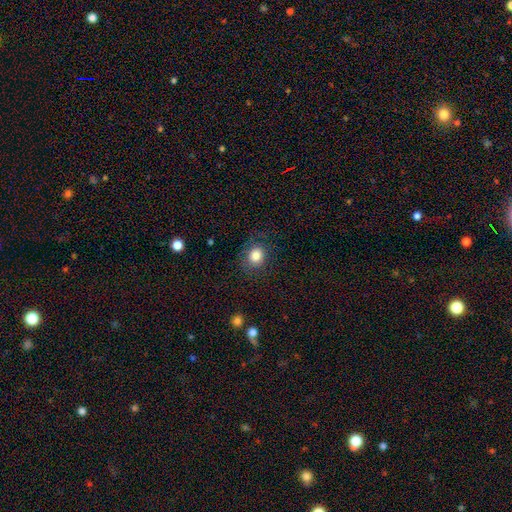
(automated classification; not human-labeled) smooth 83%, star or artifact 9%, featured or disk 8%. Down the decision tree: how rounded — round (67%); merging — none (76%).